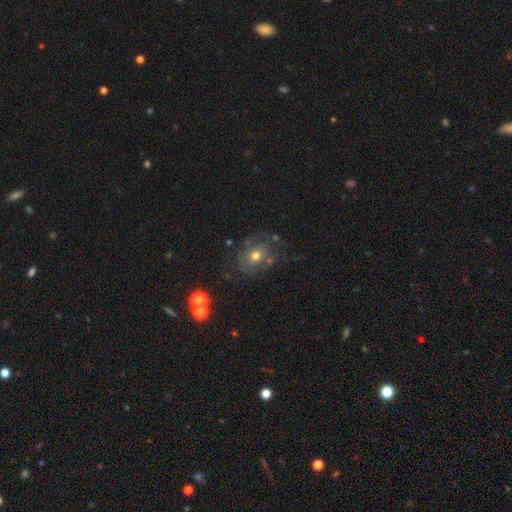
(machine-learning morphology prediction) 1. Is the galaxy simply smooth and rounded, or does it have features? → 51% featured or disk, 38% smooth, 11% star or artifact.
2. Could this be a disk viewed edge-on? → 95% no, 5% yes.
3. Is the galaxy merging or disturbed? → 59% none, 21% minor disturbance, 15% major disturbance, 4% merger.